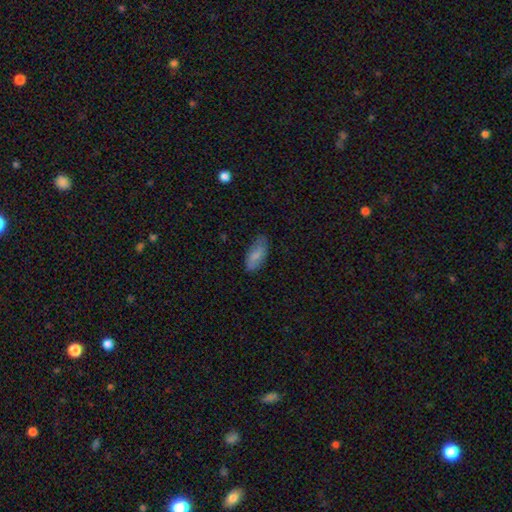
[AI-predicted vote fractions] smooth_or_featured: smooth (p=0.79) [alt: featured or disk p=0.15]
how_rounded: in between (p=0.88) [alt: cigar-shaped p=0.10]
merging: none (p=0.74) [alt: minor disturbance p=0.20]